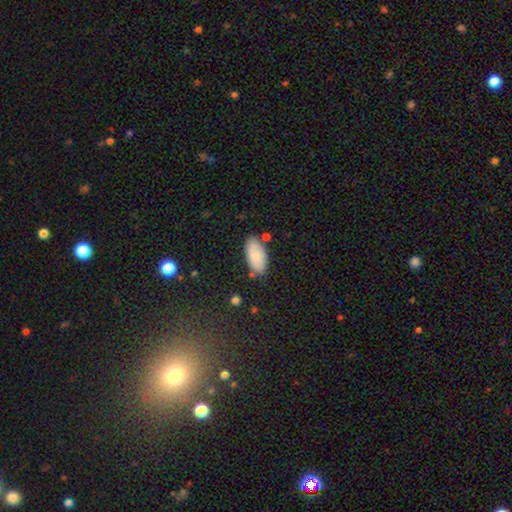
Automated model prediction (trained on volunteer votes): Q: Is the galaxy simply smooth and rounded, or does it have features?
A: smooth — 84%.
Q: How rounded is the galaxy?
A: in between — 94%.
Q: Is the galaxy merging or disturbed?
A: none — 78%.